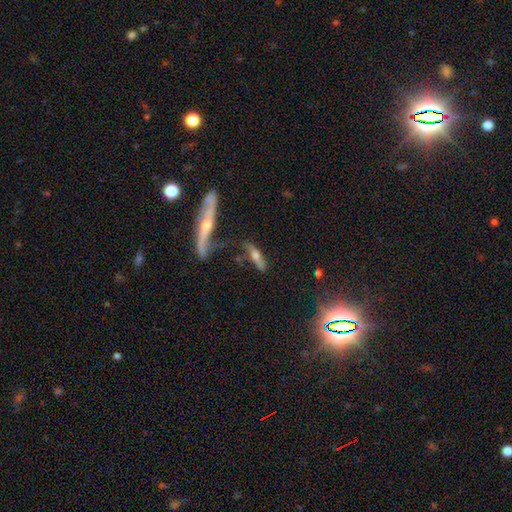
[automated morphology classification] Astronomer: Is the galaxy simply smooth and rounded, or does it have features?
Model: featured or disk — 51% (runner-up: smooth, 40%).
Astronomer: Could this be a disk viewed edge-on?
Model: yes — 78%.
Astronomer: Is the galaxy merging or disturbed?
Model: none — 53%.